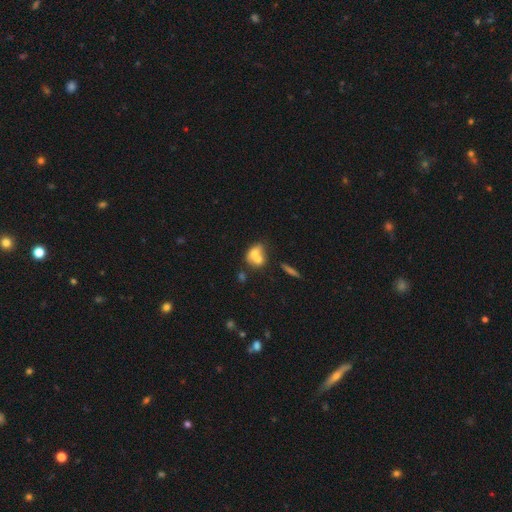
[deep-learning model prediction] This is likely a smooth galaxy (65%). How rounded: possibly in between (57%). Merging: likely merger (63%).